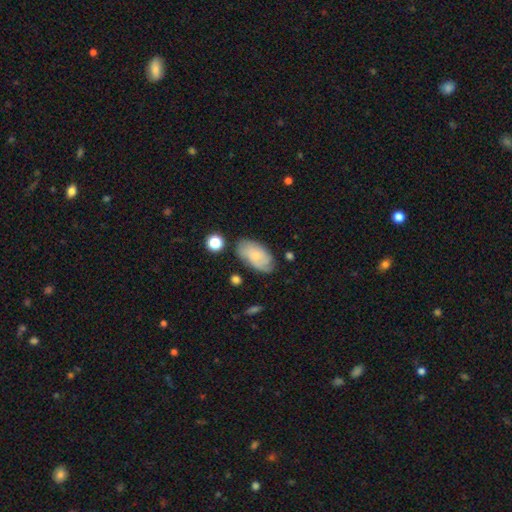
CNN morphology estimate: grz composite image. It shows a smooth galaxy with no disk features (62%) that is in between round and cigar-shaped (93%). Merging: none (71%).